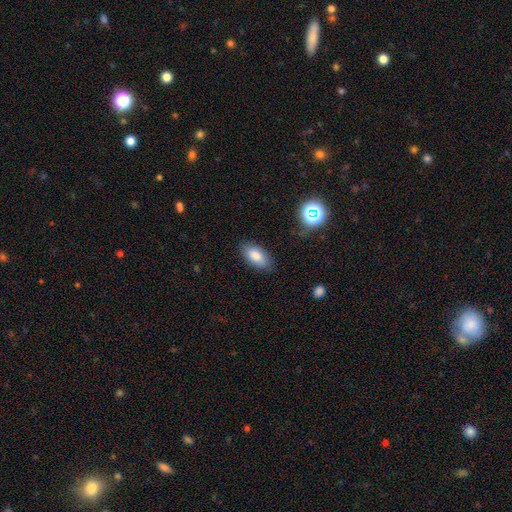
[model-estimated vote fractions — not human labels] Smooth or featured? smooth (83%)
How rounded? in between (92%)
Merging? none (84%)